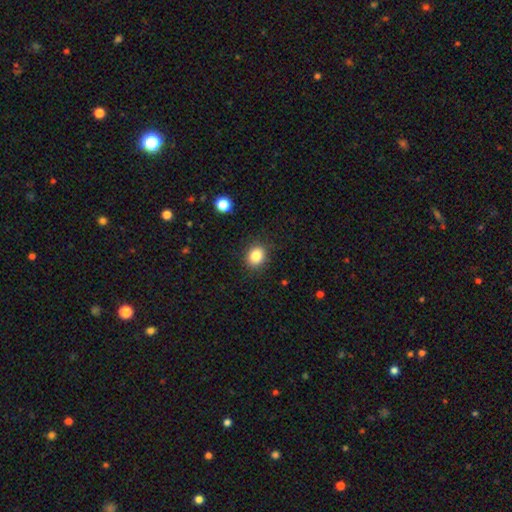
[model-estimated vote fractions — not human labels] Smooth or featured?
  - smooth: 83% *
  - star or artifact: 10%
  - featured or disk: 6%
How rounded?
  - round: 63% *
  - in between: 36%
  - cigar-shaped: 1%
Merging?
  - none: 87% *
  - minor disturbance: 9%
  - major disturbance: 3%
  - merger: 1%